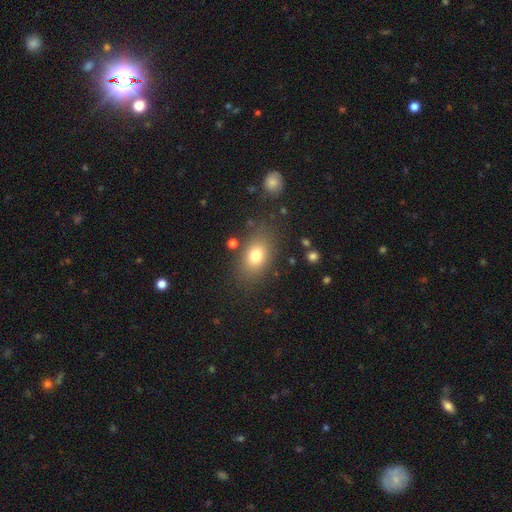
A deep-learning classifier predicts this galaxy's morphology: Overall: smooth (76%). How rounded: in between (76%). Merging: none (80%).